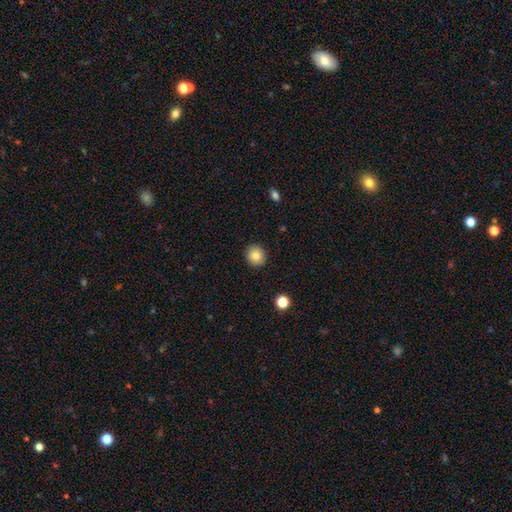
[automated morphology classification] Q: Smooth or featured?
A: smooth (83%); runner-up: star or artifact (10%)
Q: How rounded?
A: round (90%); runner-up: in between (9%)
Q: Merging?
A: none (91%); runner-up: minor disturbance (6%)